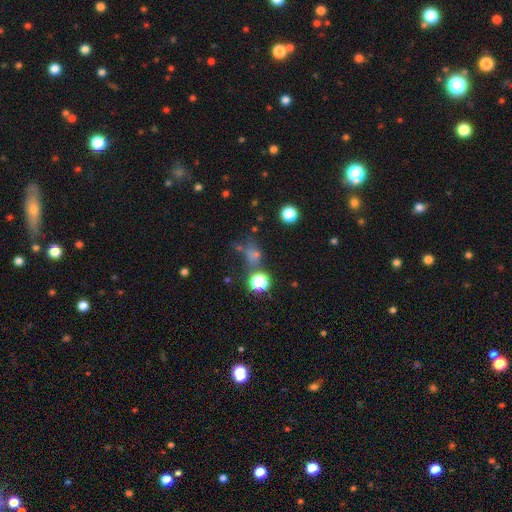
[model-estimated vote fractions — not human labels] Q: Smooth or featured?
A: star or artifact (47%); runner-up: smooth (42%)